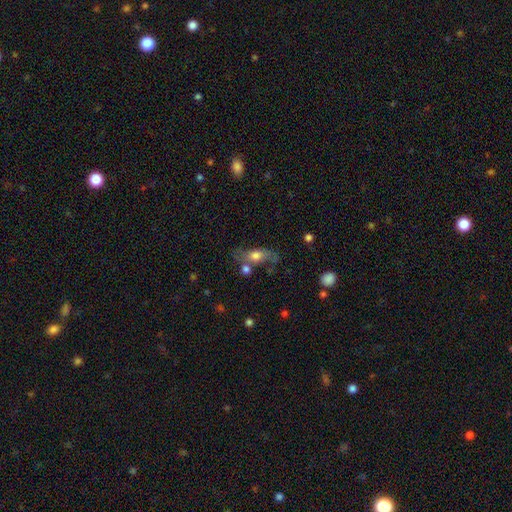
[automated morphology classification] smooth 58%, featured or disk 34%, star or artifact 9%. Down the decision tree: how rounded — in between (72%); merging — none (48%).